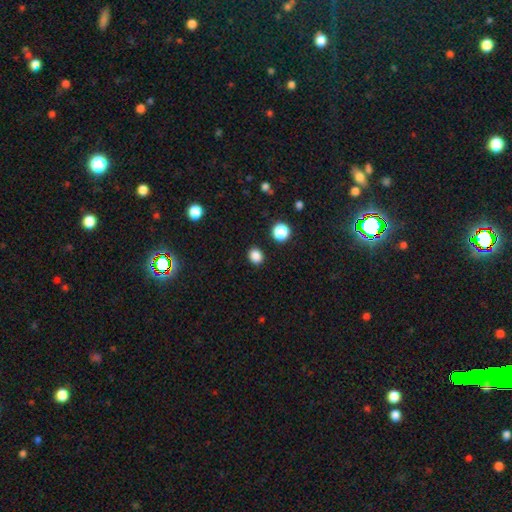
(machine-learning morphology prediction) Smooth or featured? smooth (85%)
How rounded? round (62%)
Merging? none (89%)